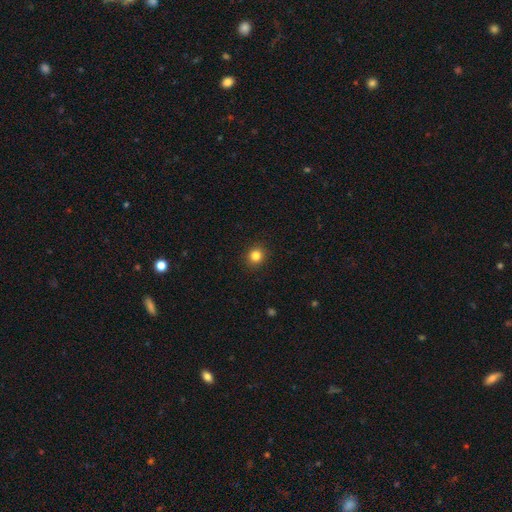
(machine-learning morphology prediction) smooth 84%, star or artifact 12%, featured or disk 5%. Down the decision tree: how rounded — round (88%); merging — none (92%).